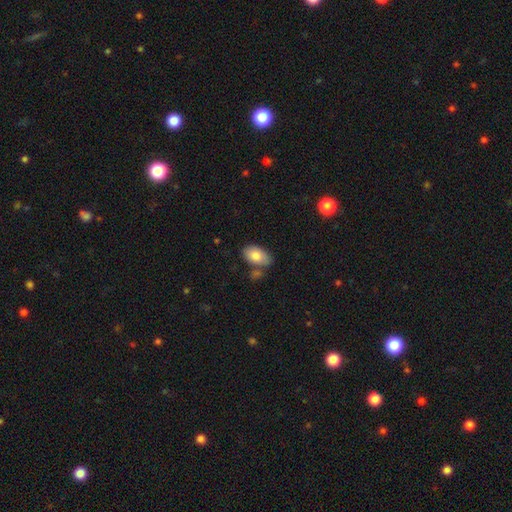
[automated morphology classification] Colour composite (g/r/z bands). It shows a smooth galaxy with no disk features (82%) that is in between round and cigar-shaped (93%). Merging: none (63%).